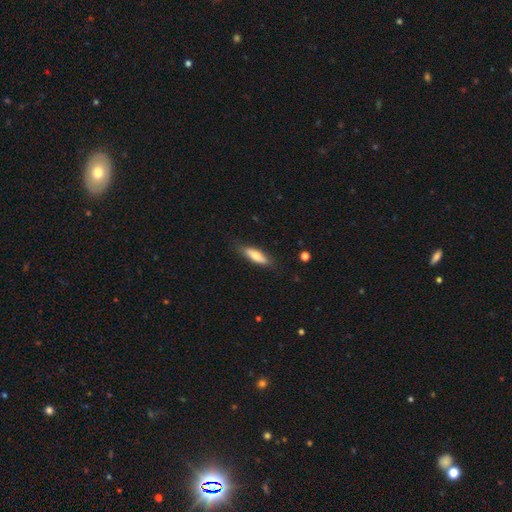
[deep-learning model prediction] This is likely a smooth galaxy (66%). How rounded: possibly cigar-shaped (52%). Merging: clearly none (80%).